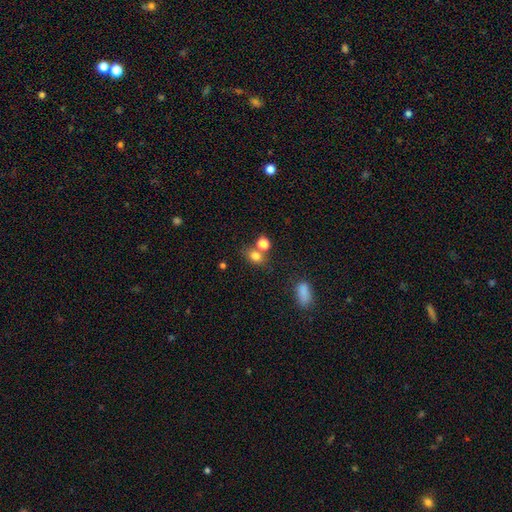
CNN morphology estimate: The model was most divided on "how rounded": in between: 50%, round: 48%, cigar-shaped: 2%. More confident: smooth or featured — smooth (77%); merging — none (55%).